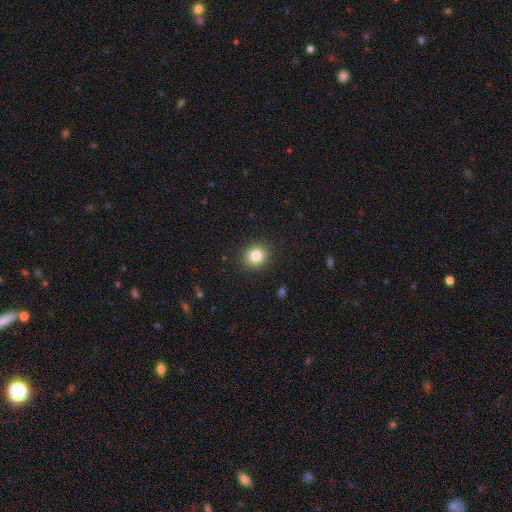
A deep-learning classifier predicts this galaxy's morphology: Smooth or featured? Predicted: smooth (p=0.84). How rounded? Predicted: round (p=0.82). Merging? Predicted: none (p=0.90).